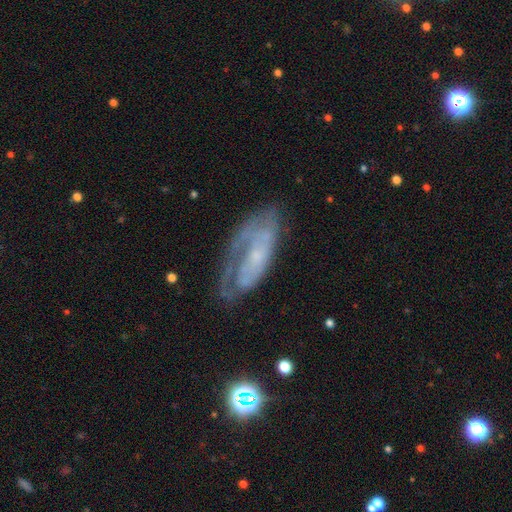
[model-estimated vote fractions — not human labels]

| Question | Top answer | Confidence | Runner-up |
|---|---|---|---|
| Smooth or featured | featured or disk | 70% | smooth (21%) |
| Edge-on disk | no | 89% | yes (11%) |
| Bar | no | 70% | weak (24%) |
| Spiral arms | yes | 77% | no (23%) |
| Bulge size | small | 61% | none (21%) |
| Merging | none | 55% | minor disturbance (24%) |